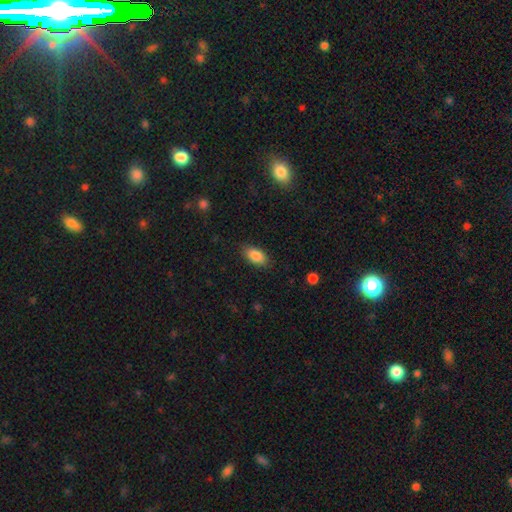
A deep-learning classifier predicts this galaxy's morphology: Smooth or featured? Predicted: smooth (p=0.87). How rounded? Predicted: in between (p=0.91). Merging? Predicted: none (p=0.85).